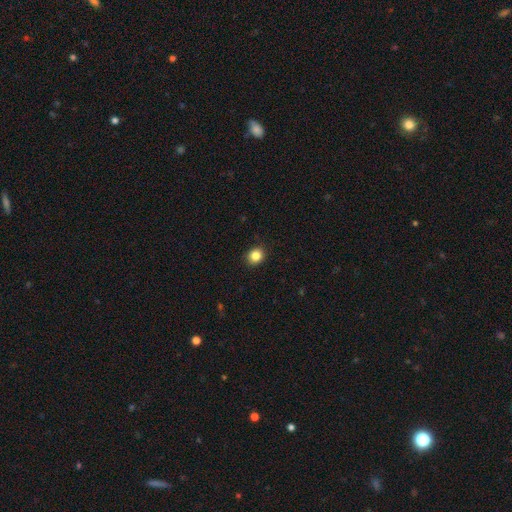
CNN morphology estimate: smooth 84%, star or artifact 11%, featured or disk 5%. Down the decision tree: how rounded — round (75%); merging — none (91%).